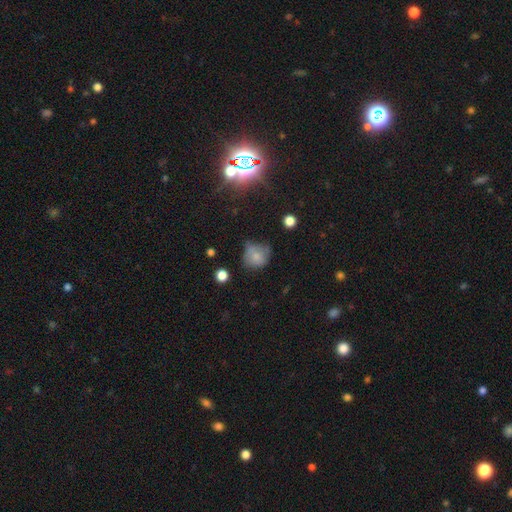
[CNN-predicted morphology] The model was most divided on "merging": none: 50%, minor disturbance: 33%, major disturbance: 12%, merger: 6%. More confident: how rounded — round (78%); smooth or featured — smooth (71%).